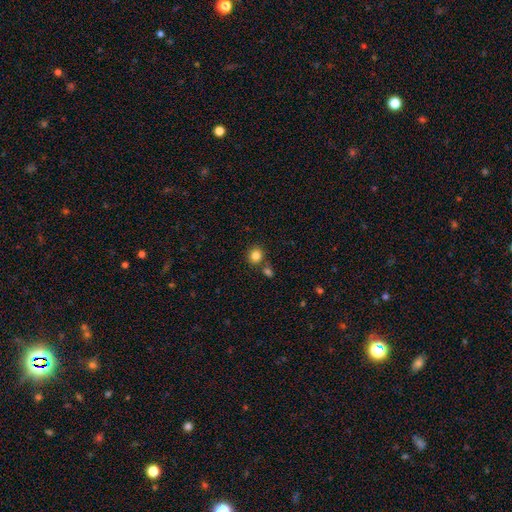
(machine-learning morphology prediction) smooth_or_featured: smooth (p=0.84) [alt: star or artifact p=0.11]
how_rounded: round (p=0.82) [alt: in between p=0.18]
merging: none (p=0.75) [alt: merger p=0.14]